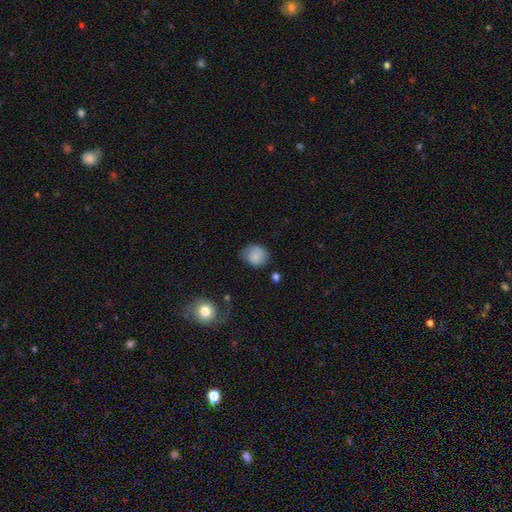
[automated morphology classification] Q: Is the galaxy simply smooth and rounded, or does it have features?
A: smooth — 82%.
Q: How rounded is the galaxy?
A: round — 66%.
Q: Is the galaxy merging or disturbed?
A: none — 68%.